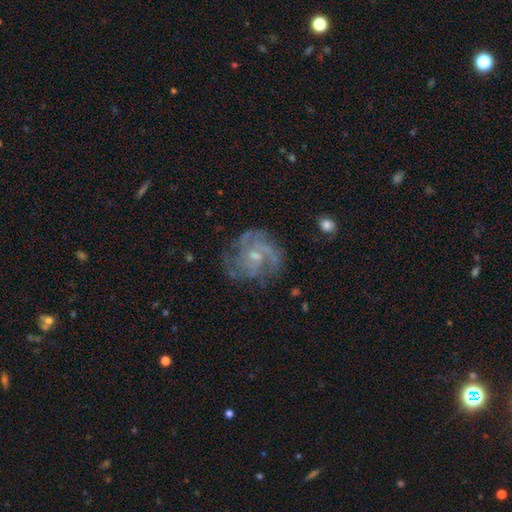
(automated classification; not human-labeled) This appears to be a featured or disk galaxy (85%) with no bar (58%), 3 (35%) tight (48%) spiral arms (96%) and a small central bulge (61%). Merging: none (71%).